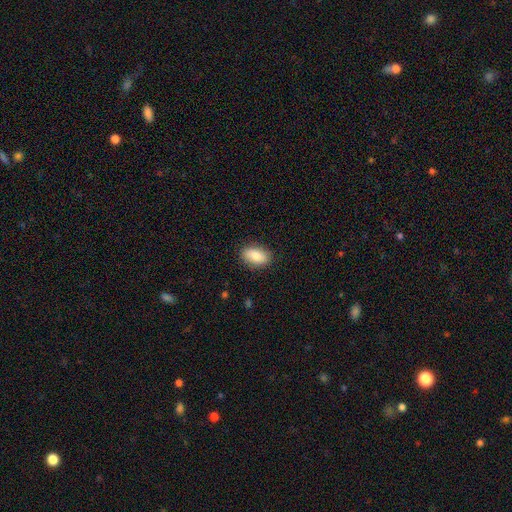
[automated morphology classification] Smooth or featured? Predicted: smooth (p=0.83). How rounded? Predicted: in between (p=0.90). Merging? Predicted: none (p=0.87).